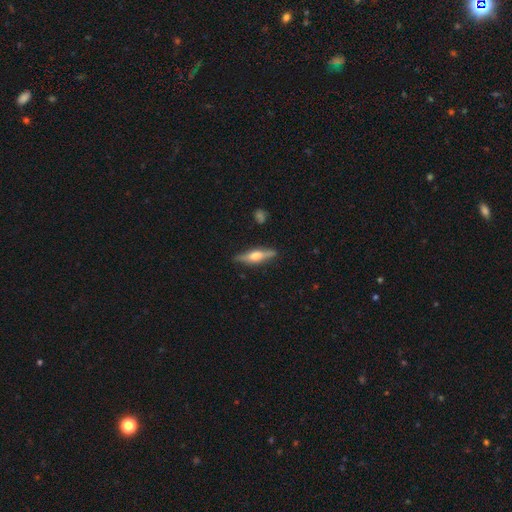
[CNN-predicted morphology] featured or disk 60%, smooth 34%, star or artifact 6%. Down the decision tree: edge-on disk — yes (95%); edge-on bulge — rounded (89%); merging — none (86%).